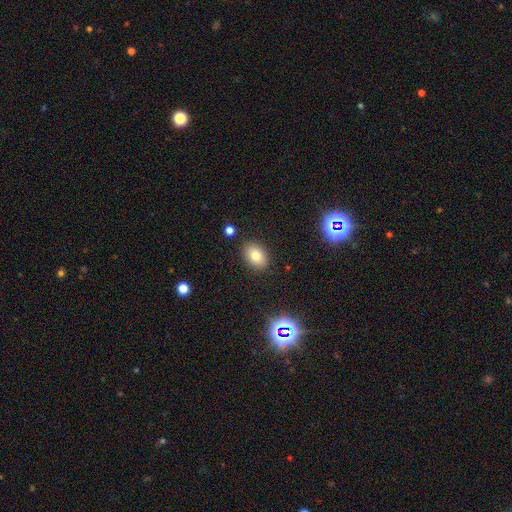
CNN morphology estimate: smooth_or_featured: smooth (p=0.78) [alt: star or artifact p=0.12]
how_rounded: in between (p=0.79) [alt: round p=0.19]
merging: none (p=0.87) [alt: minor disturbance p=0.09]